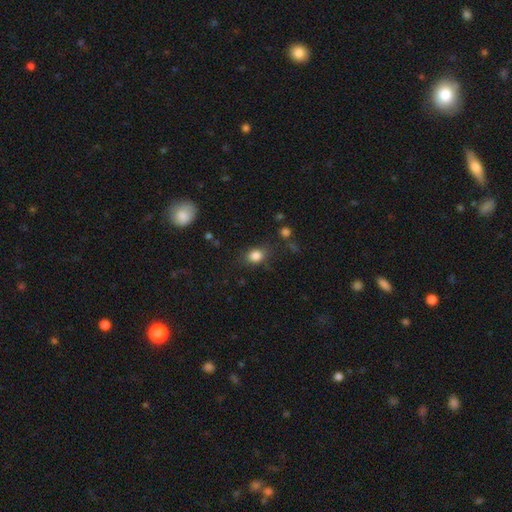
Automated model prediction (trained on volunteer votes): Overall: smooth (83%). How rounded: in between (51%; round 47%). Merging: none (75%).